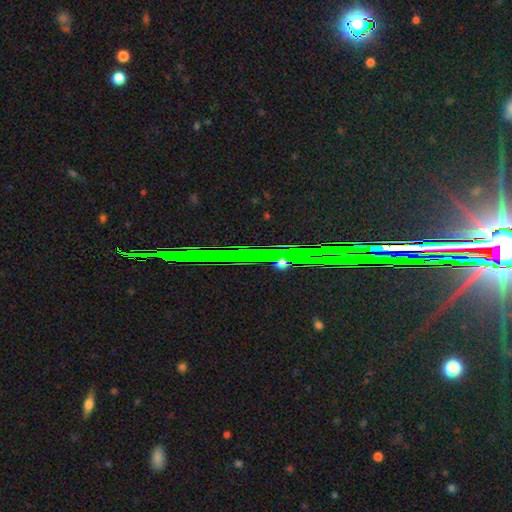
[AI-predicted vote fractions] A star or artifact, not a galaxy (78%).

Vote fractions:
- Smooth or featured? star or artifact: 78% / featured or disk: 14% / smooth: 8%